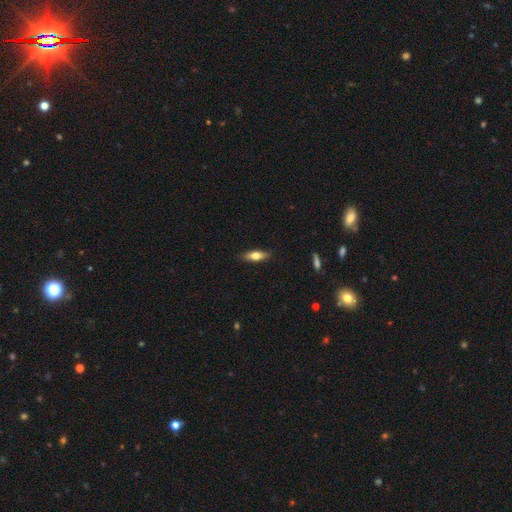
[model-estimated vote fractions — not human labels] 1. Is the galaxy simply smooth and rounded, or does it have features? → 66% smooth, 28% featured or disk, 7% star or artifact.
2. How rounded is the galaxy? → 57% in between, 40% cigar-shaped, 3% round.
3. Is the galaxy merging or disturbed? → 85% none, 12% minor disturbance, 2% major disturbance, 1% merger.